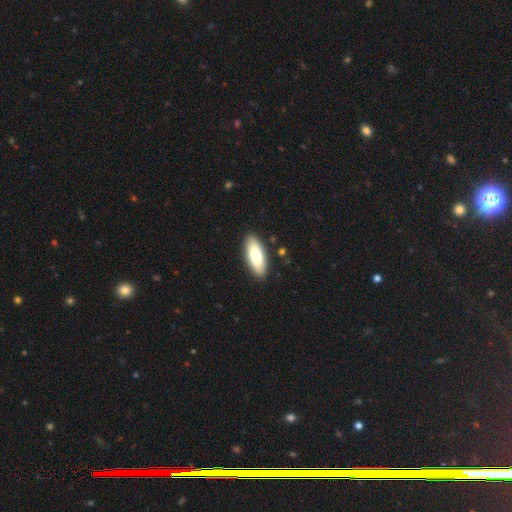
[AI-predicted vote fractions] Smooth or featured? smooth (78%)
How rounded? in between (80%)
Merging? none (89%)